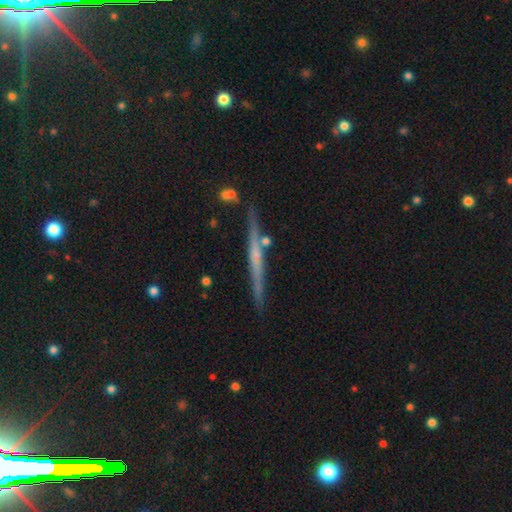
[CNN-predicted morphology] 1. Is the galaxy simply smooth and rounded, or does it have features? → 64% featured or disk, 30% smooth, 7% star or artifact.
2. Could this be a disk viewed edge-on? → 97% yes, 3% no.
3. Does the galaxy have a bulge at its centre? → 61% none, 32% rounded, 7% boxy.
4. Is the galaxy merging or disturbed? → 83% none, 10% minor disturbance, 5% merger, 2% major disturbance.